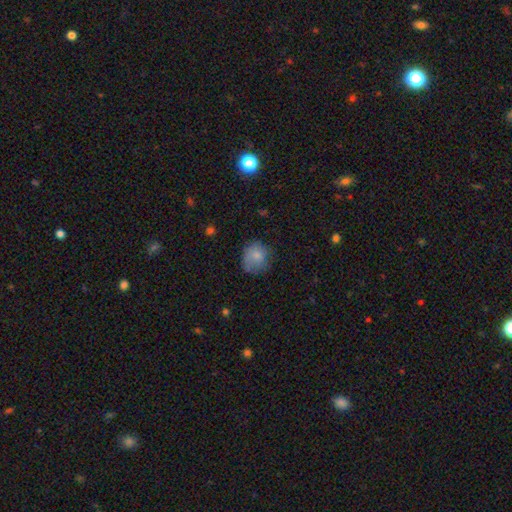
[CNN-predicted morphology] The model was most divided on "merging": none: 58%, minor disturbance: 28%, major disturbance: 13%, merger: 2%. More confident: smooth or featured — smooth (78%); how rounded — round (76%).